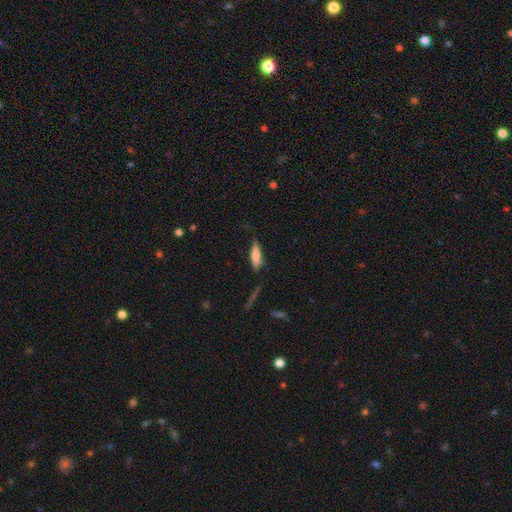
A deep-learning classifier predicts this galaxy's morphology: Q: Smooth or featured?
A: smooth (74%); runner-up: featured or disk (20%)
Q: How rounded?
A: cigar-shaped (60%); runner-up: in between (39%)
Q: Merging?
A: none (71%); runner-up: minor disturbance (22%)